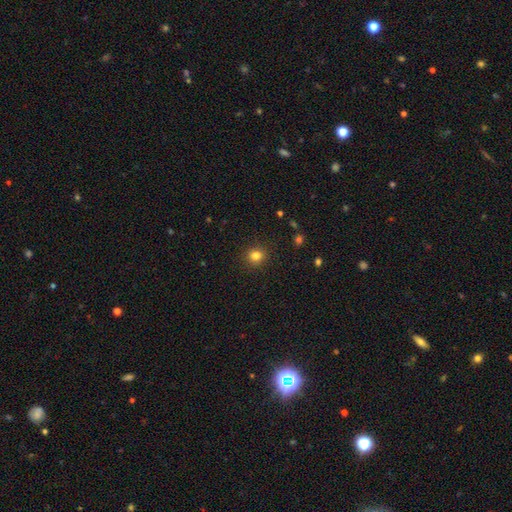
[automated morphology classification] Smooth or featured: smooth — 82% (star or artifact — 12%)
How rounded: round — 86% (in between — 13%)
Merging: none — 91% (minor disturbance — 6%)